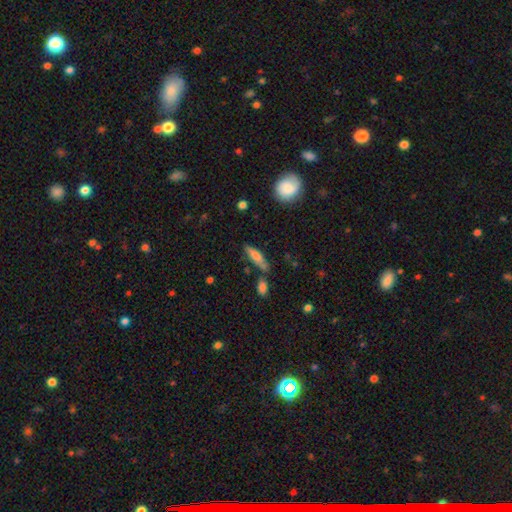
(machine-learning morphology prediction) The model was most divided on "how rounded": cigar-shaped: 66%, in between: 32%, round: 2%. More confident: smooth or featured — smooth (69%); merging — none (66%).